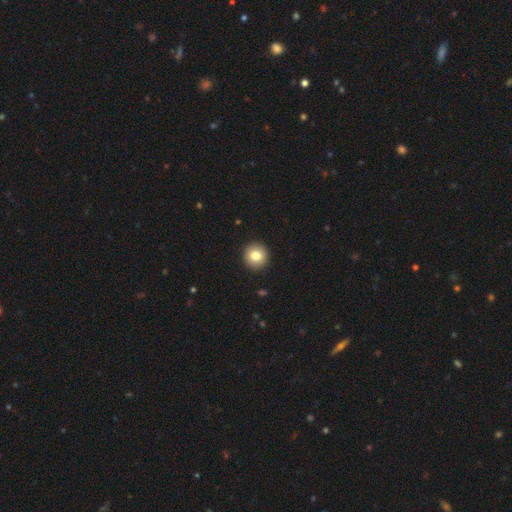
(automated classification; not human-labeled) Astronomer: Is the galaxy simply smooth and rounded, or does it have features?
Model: smooth — 82%.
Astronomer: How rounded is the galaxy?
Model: round — 94%.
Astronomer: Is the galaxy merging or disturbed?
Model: none — 93%.